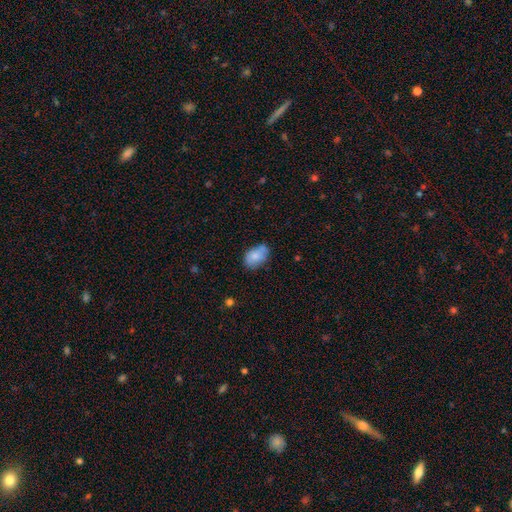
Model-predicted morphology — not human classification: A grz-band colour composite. It shows a smooth galaxy with no disk features (79%) that is in between round and cigar-shaped (88%). Merging: none (61%).